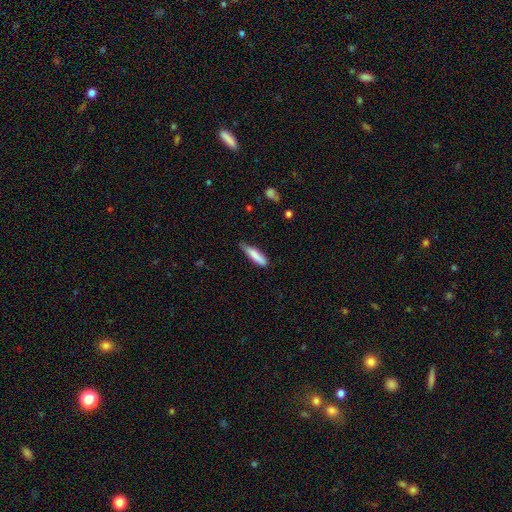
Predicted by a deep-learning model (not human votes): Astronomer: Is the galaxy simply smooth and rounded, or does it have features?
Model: smooth — 81%.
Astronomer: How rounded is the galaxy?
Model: cigar-shaped — 77%.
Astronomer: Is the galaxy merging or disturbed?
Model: none — 58%.